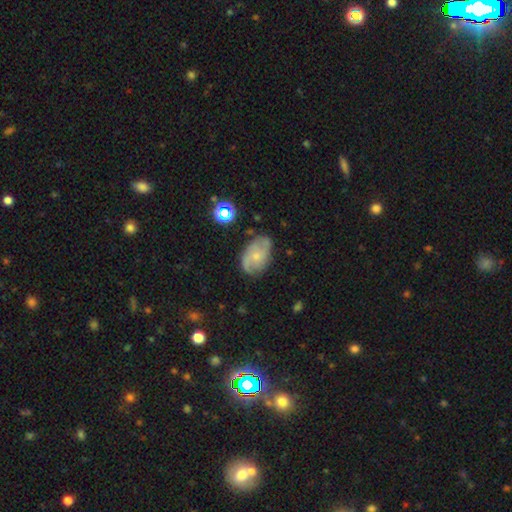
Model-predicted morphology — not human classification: This is likely a featured or disk galaxy (61%). It is clearly not viewed edge-on (96%). Bar: likely no (73%). Spiral arm pattern: clearly yes (87%). Spiral arm count: possibly 2 (54%). Spiral winding: possibly medium (45%). Central bulge: likely small (65%). Merging: likely none (70%).